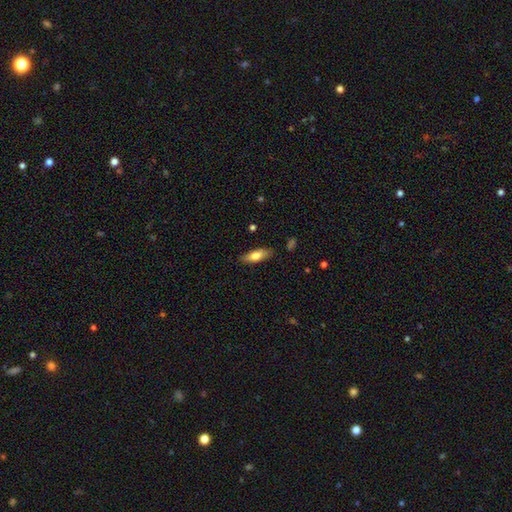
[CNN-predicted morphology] Smooth or featured: smooth — 69% (featured or disk — 25%)
How rounded: in between — 58% (cigar-shaped — 40%)
Merging: none — 85% (minor disturbance — 11%)